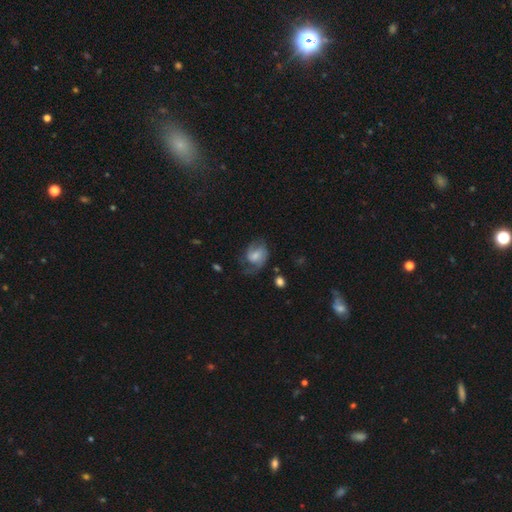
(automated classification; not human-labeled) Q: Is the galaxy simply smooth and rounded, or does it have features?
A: featured or disk — 59%.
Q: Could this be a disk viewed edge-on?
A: no — 97%.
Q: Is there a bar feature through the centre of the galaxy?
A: weak — 46%.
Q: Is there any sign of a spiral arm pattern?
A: yes — 87%.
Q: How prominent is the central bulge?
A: moderate — 40%.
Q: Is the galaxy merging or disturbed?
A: none — 50%.